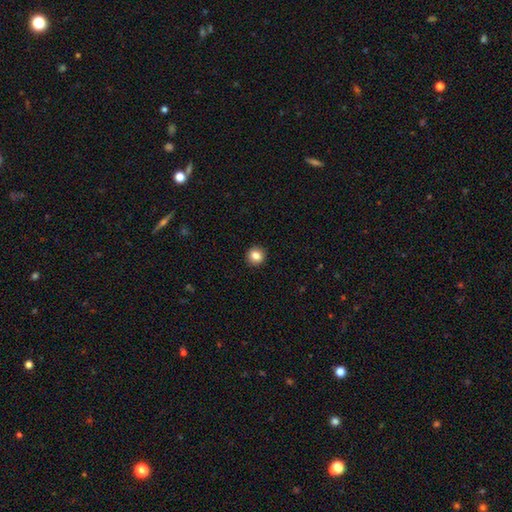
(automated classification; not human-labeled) smooth_or_featured: smooth (p=0.84) [alt: star or artifact p=0.10]
how_rounded: round (p=0.90) [alt: in between p=0.09]
merging: none (p=0.93) [alt: minor disturbance p=0.05]